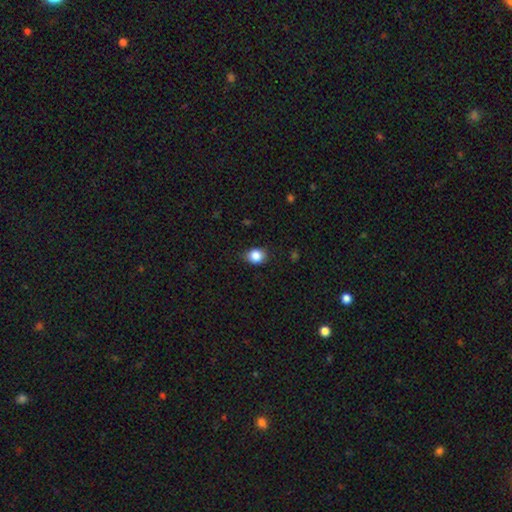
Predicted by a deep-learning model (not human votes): This is clearly a smooth galaxy (86%). How rounded: likely round (63%). Merging: likely none (74%).